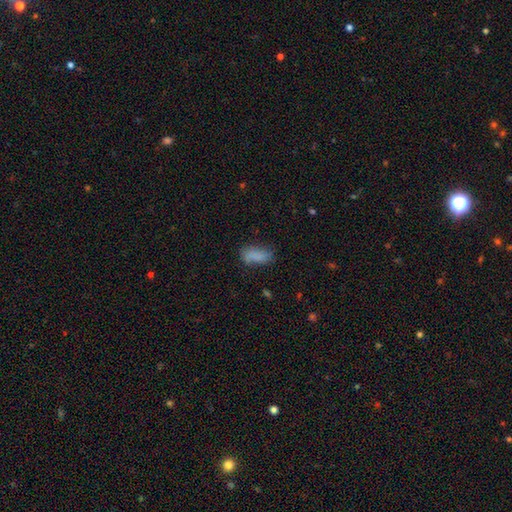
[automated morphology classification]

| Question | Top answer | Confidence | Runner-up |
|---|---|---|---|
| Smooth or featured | smooth | 81% | featured or disk (10%) |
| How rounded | in between | 84% | cigar-shaped (13%) |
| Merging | none | 61% | minor disturbance (26%) |